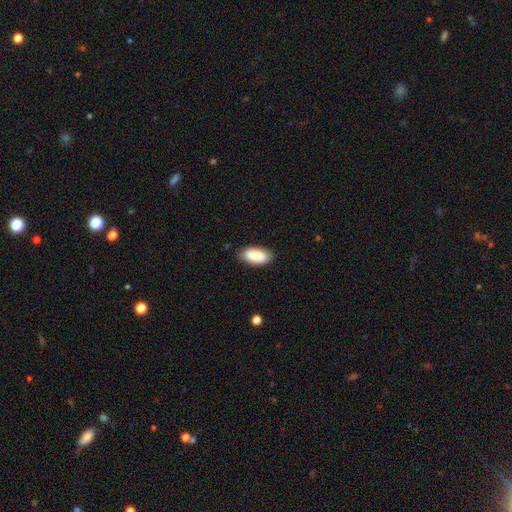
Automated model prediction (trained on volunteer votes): smooth 87%, featured or disk 7%, star or artifact 6%. Down the decision tree: how rounded — in between (93%); merging — none (87%).